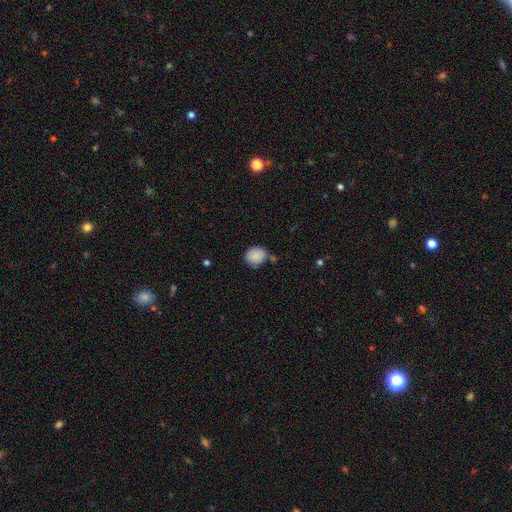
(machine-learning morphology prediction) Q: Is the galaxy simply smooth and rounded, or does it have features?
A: smooth — 88%.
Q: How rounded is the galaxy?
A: round — 65%.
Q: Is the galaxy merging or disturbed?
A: none — 69%.